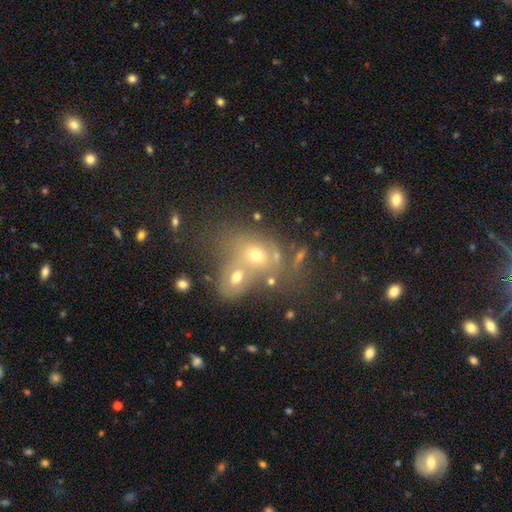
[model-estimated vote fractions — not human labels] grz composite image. It shows a smooth galaxy with no disk features (52%) that is round (51%). Merging: merger (53%).